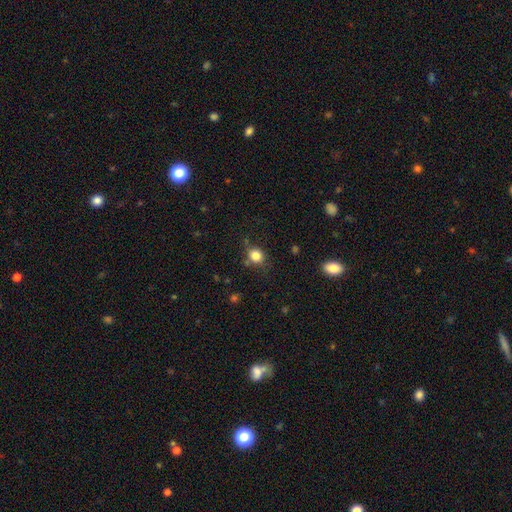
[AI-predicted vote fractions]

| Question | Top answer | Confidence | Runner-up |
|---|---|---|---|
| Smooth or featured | smooth | 82% | star or artifact (12%) |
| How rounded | round | 72% | in between (27%) |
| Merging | none | 74% | minor disturbance (16%) |